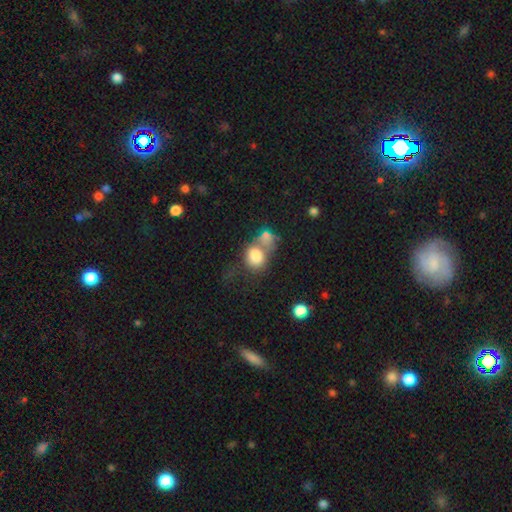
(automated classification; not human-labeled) Smooth or featured?
  - smooth: 77% *
  - featured or disk: 13%
  - star or artifact: 10%
How rounded?
  - round: 50% *
  - in between: 48%
  - cigar-shaped: 1%
Merging?
  - merger: 47% *
  - none: 25%
  - major disturbance: 15%
  - minor disturbance: 14%